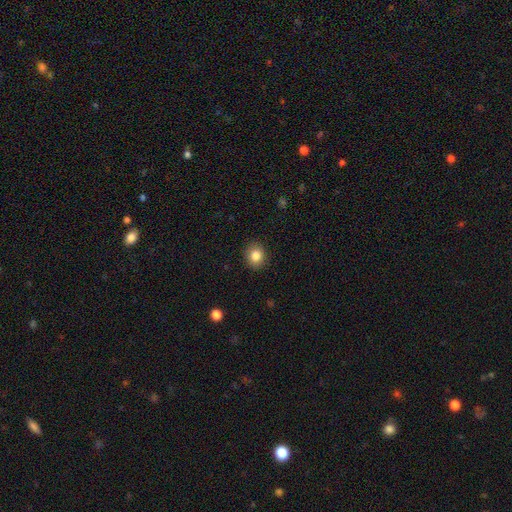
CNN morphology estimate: smooth-or-featured: smooth: 84% | star or artifact: 10% | featured or disk: 6%
  how-rounded: round: 72% | in between: 27% | cigar-shaped: 1%
  merging: none: 90% | minor disturbance: 7% | major disturbance: 2% | merger: 1%